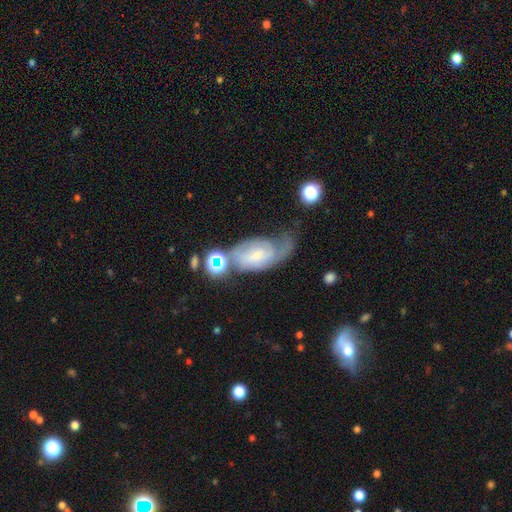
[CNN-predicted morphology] Smooth or featured? featured or disk (68%)
Edge-on disk? no (94%)
Bar? no (46%)
Spiral arms? yes (88%)
Spiral winding? medium (41%)
Spiral arm count? 2 (48%)
Bulge size? small (58%)
Merging? none (35%)